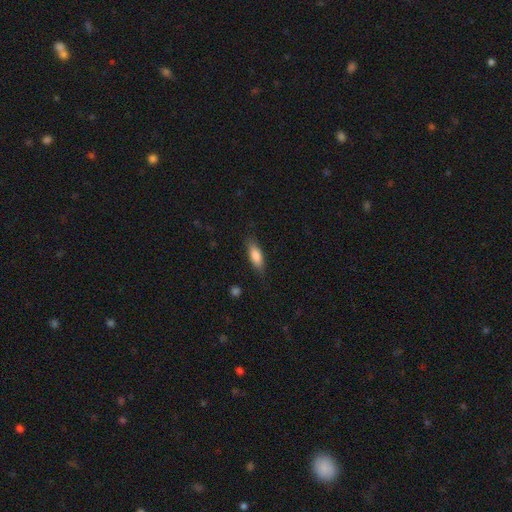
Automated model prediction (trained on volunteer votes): Smooth or featured: smooth — 81% (featured or disk — 12%)
How rounded: in between — 63% (cigar-shaped — 35%)
Merging: none — 81% (minor disturbance — 14%)